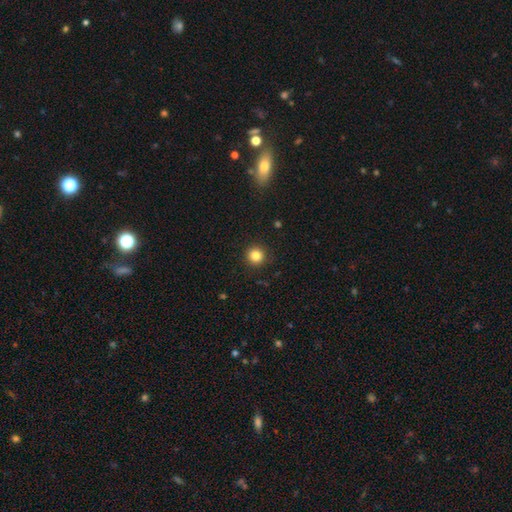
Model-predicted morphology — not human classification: Q: Smooth or featured?
A: smooth (83%); runner-up: star or artifact (12%)
Q: How rounded?
A: round (95%); runner-up: in between (4%)
Q: Merging?
A: none (92%); runner-up: minor disturbance (5%)